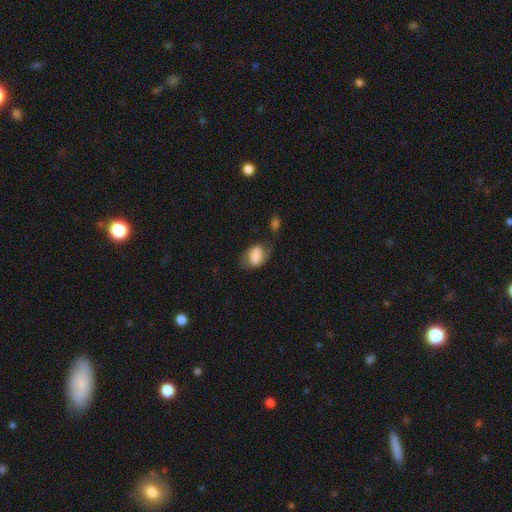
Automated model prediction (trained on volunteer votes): A smooth galaxy with no disk features (56%) that is in between round and cigar-shaped (85%). Merging: none (44%).